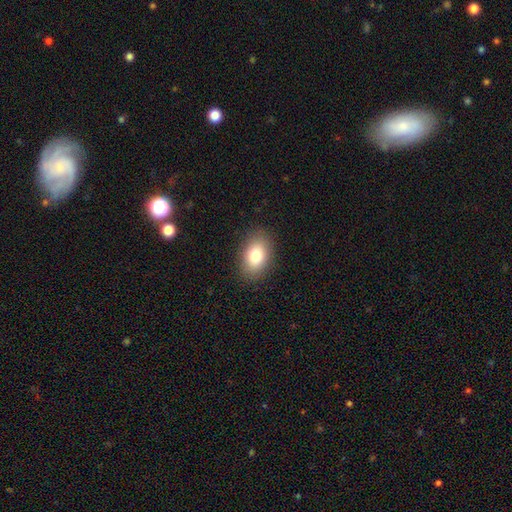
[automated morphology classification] A smooth galaxy with no disk features (81%) that is in between round and cigar-shaped (88%).

Vote fractions:
- Smooth or featured? smooth: 81% / featured or disk: 11% / star or artifact: 8%
- How rounded? in between: 88% / round: 11% / cigar-shaped: 1%
- Merging? none: 88% / minor disturbance: 9% / major disturbance: 3% / merger: 1%